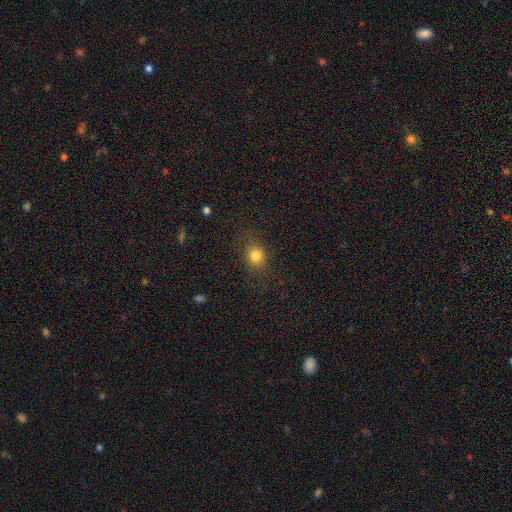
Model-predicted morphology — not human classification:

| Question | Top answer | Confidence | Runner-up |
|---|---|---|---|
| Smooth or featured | smooth | 80% | star or artifact (13%) |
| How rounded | round | 68% | in between (31%) |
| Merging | none | 82% | minor disturbance (12%) |